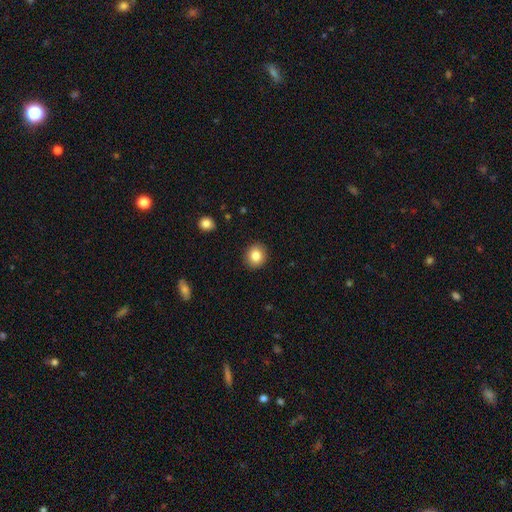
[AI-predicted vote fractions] Smooth or featured? Predicted: smooth (p=0.85). How rounded? Predicted: round (p=0.80). Merging? Predicted: none (p=0.91).